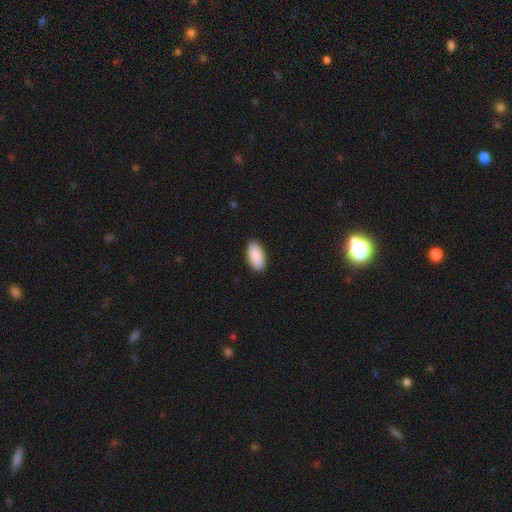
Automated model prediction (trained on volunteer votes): A smooth galaxy with no disk features (90%) that is in between round and cigar-shaped (95%). Merging: none (89%).